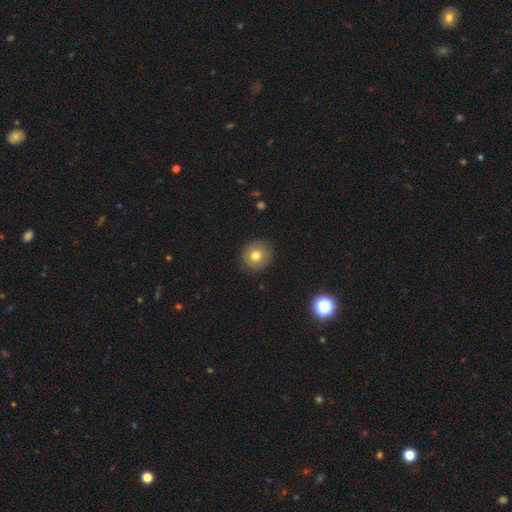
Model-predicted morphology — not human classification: The model was most divided on "smooth or featured": smooth: 75%, featured or disk: 15%, star or artifact: 11%. More confident: how rounded — round (90%); merging — none (86%).